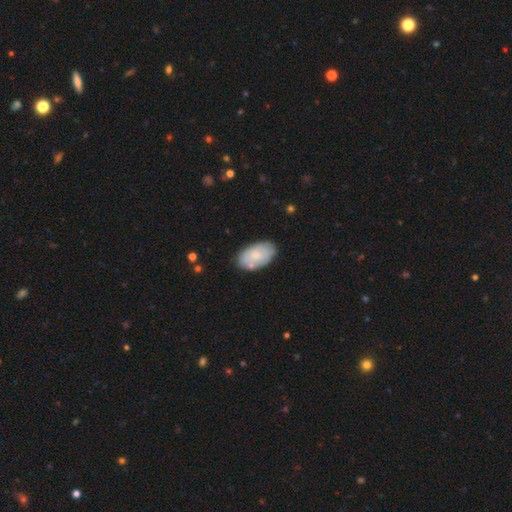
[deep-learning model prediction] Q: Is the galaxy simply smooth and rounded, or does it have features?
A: smooth — 69%.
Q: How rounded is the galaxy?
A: in between — 94%.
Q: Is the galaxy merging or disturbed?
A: none — 77%.